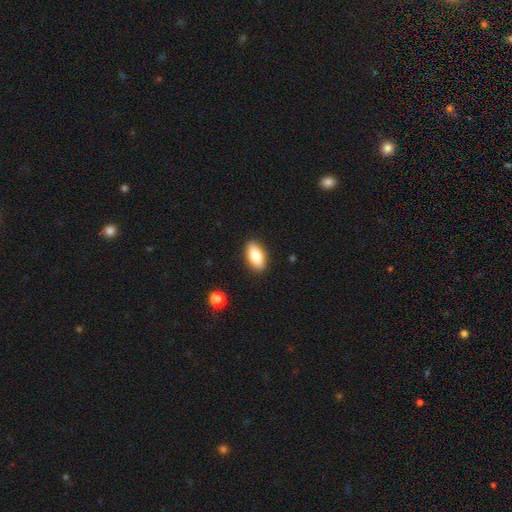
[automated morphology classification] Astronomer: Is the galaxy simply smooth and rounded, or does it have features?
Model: smooth — 81%.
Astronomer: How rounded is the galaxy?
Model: in between — 90%.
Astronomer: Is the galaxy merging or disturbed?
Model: none — 89%.